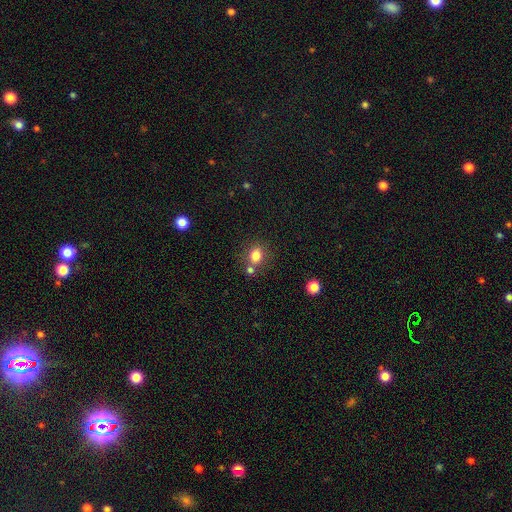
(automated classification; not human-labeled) Smooth or featured?
  - smooth: 81% *
  - star or artifact: 12%
  - featured or disk: 7%
How rounded?
  - round: 55% *
  - in between: 43%
  - cigar-shaped: 1%
Merging?
  - none: 64% *
  - merger: 19%
  - minor disturbance: 12%
  - major disturbance: 4%